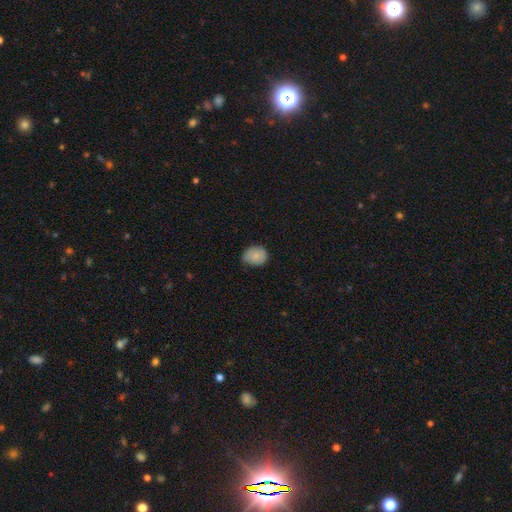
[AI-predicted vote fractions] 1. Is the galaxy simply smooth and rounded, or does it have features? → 84% smooth, 8% featured or disk, 8% star or artifact.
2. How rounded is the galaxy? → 51% round, 48% in between, 1% cigar-shaped.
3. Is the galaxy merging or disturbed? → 68% none, 27% minor disturbance, 4% major disturbance, 1% merger.